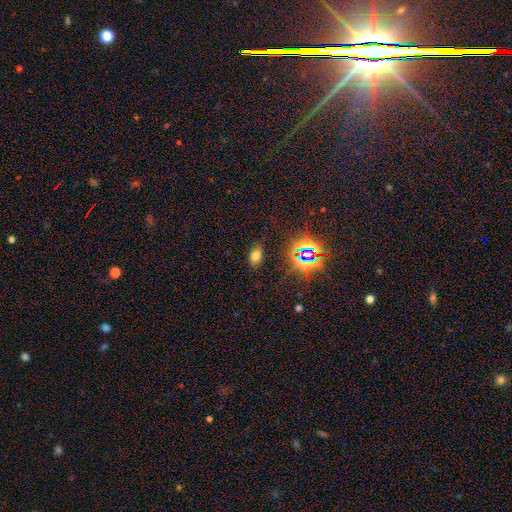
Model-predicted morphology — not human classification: smooth 64%, star or artifact 28%, featured or disk 8%. Down the decision tree: how rounded — in between (86%); merging — none (82%).